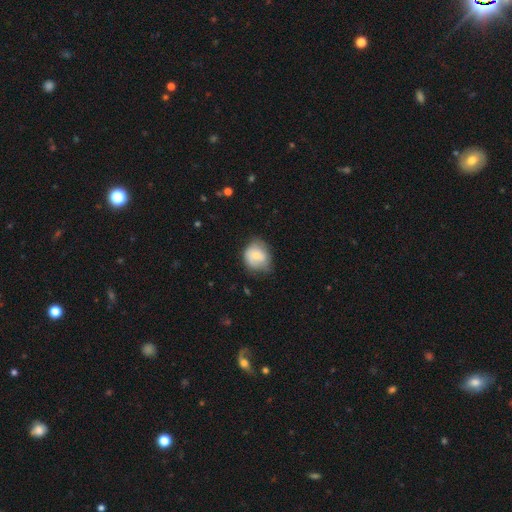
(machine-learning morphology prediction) smooth-or-featured: smooth: 64% | featured or disk: 29% | star or artifact: 7%
  how-rounded: round: 65% | in between: 34% | cigar-shaped: 1%
  merging: none: 56% | minor disturbance: 33% | major disturbance: 10% | merger: 2%